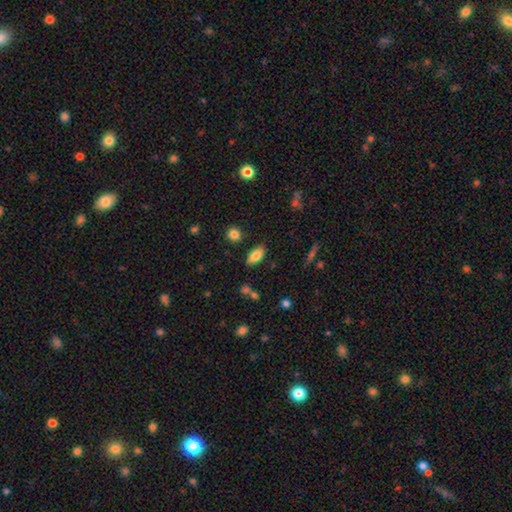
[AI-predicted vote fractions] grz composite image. It shows a smooth galaxy with no disk features (80%) that is in between round and cigar-shaped (88%). Merging: none (81%).